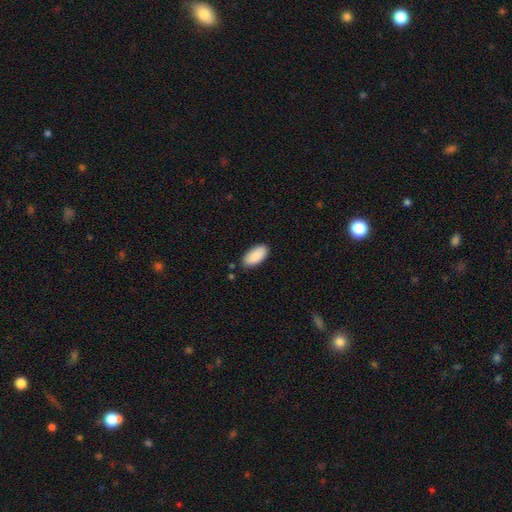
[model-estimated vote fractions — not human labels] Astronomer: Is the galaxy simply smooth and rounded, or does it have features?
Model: smooth — 90%.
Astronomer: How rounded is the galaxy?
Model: in between — 94%.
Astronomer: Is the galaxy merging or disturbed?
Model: none — 86%.